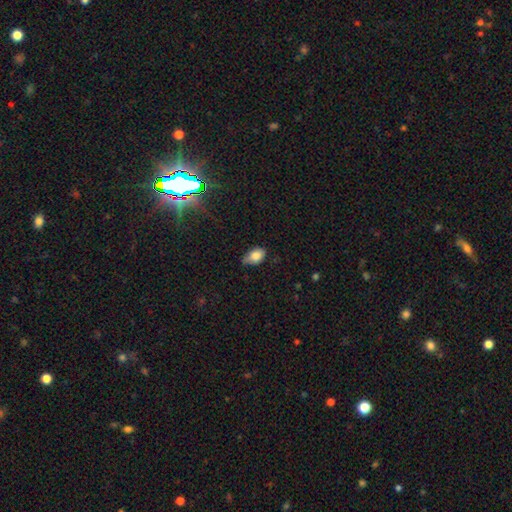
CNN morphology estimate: smooth 82%, featured or disk 10%, star or artifact 8%. Down the decision tree: how rounded — in between (89%); merging — none (55%).